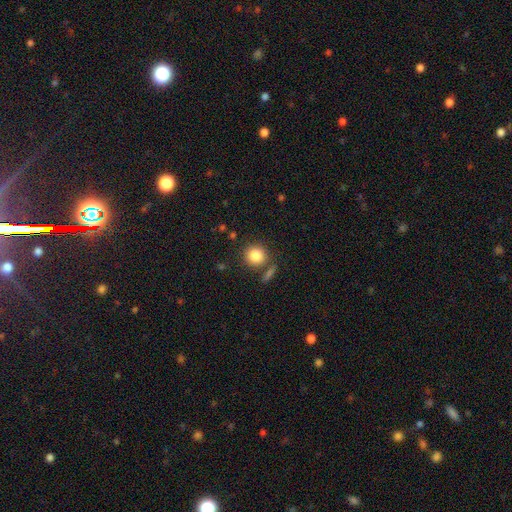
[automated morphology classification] Smooth or featured? smooth (84%)
How rounded? round (88%)
Merging? none (78%)